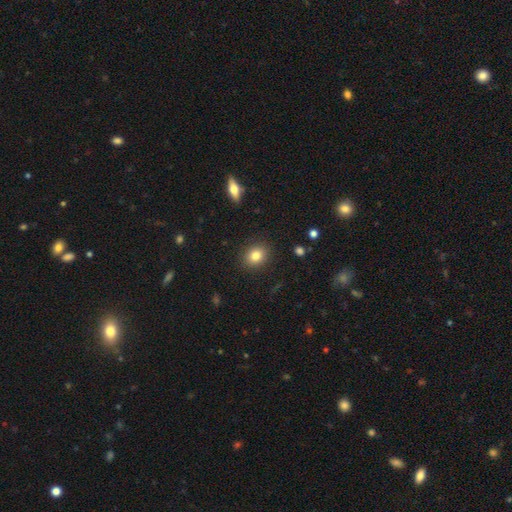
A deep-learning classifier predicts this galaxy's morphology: A smooth galaxy with no disk features (82%) that is round (62%). Merging: none (89%).